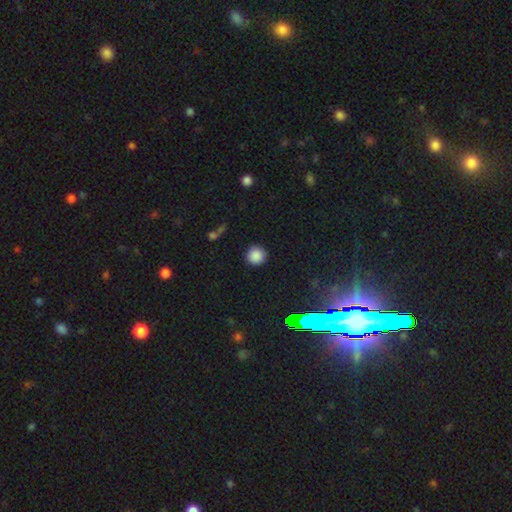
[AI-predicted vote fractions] A smooth galaxy with no disk features (84%) that is round (94%). Merging: none (90%).